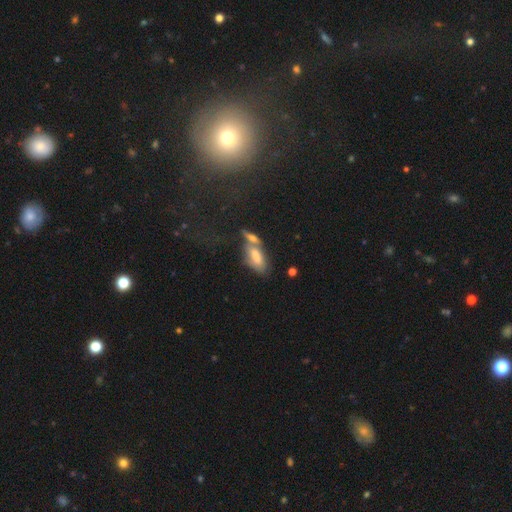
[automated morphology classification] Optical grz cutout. It shows a smooth galaxy with no disk features (49%). Merging: none (40%).